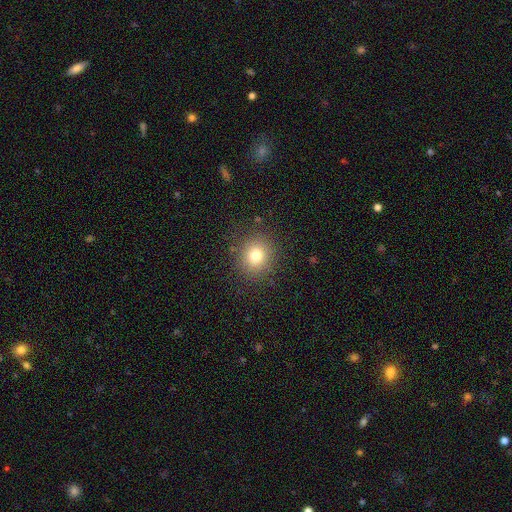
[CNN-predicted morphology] The model was most divided on "smooth or featured": smooth: 77%, star or artifact: 13%, featured or disk: 9%. More confident: merging — none (87%); how rounded — round (84%).